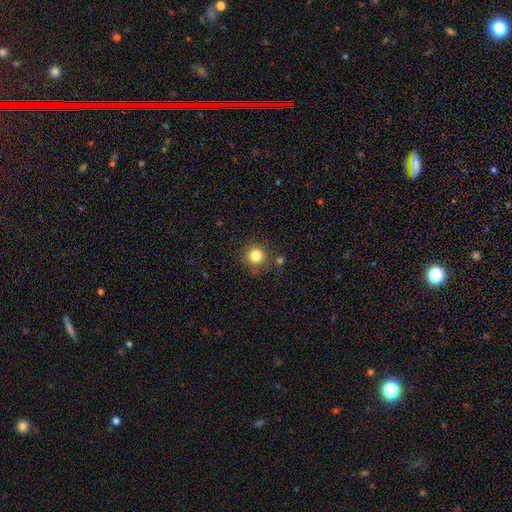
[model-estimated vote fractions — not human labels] This appears to be a smooth galaxy with no disk features (80%) that is round (93%). Merging: none (82%).